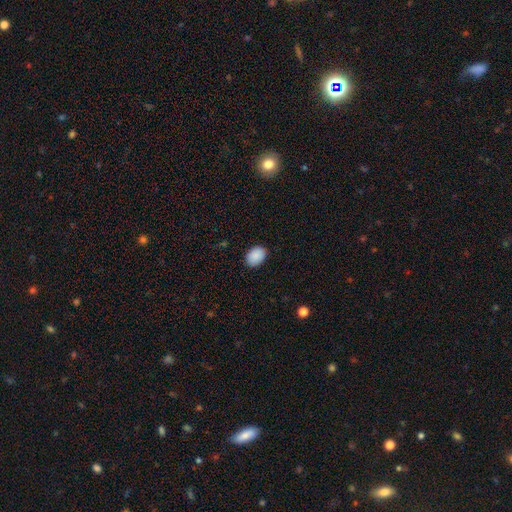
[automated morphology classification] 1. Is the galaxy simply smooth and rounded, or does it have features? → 90% smooth, 7% star or artifact, 3% featured or disk.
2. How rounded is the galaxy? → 76% in between, 23% round, 1% cigar-shaped.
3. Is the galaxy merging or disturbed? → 88% none, 9% minor disturbance, 2% major disturbance, 1% merger.